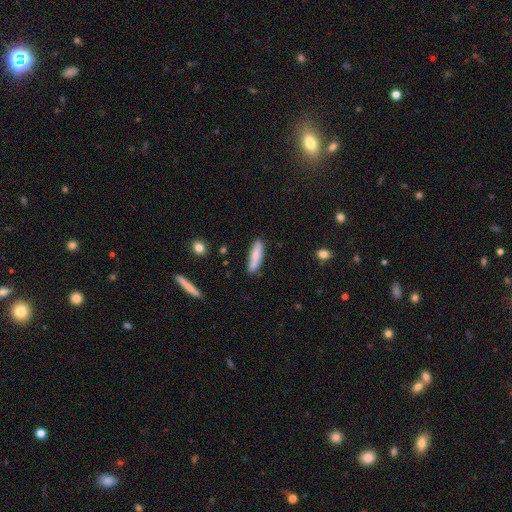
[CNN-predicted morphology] Q: Smooth or featured?
A: smooth (79%); runner-up: featured or disk (14%)
Q: How rounded?
A: cigar-shaped (70%); runner-up: in between (28%)
Q: Merging?
A: none (80%); runner-up: minor disturbance (15%)